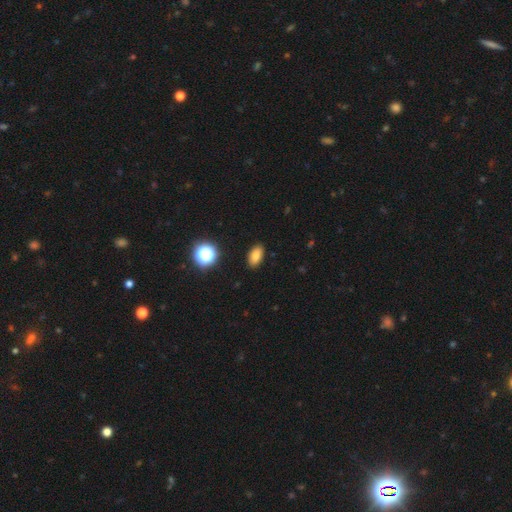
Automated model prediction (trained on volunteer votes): This is clearly a smooth galaxy (82%). How rounded: clearly in between (90%). Merging: clearly none (89%).